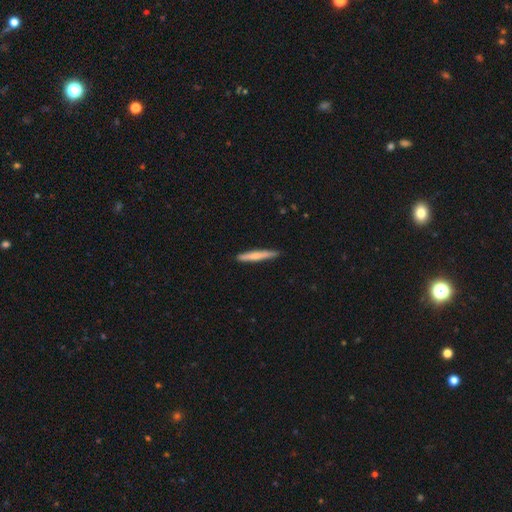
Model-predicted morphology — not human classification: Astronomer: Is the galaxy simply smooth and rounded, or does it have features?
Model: smooth — 63%.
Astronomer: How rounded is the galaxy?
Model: cigar-shaped — 94%.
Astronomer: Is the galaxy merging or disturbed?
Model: none — 89%.